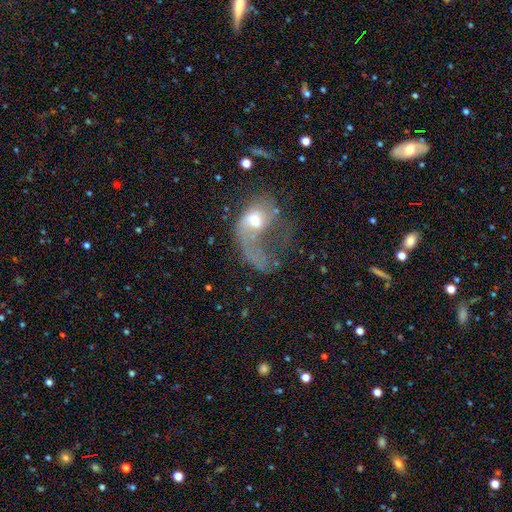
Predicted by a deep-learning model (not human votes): A featured or disk galaxy (61%) with no bar (73%), spiral arms (65%) and a moderate central bulge (57%). Merging: major disturbance (62%).